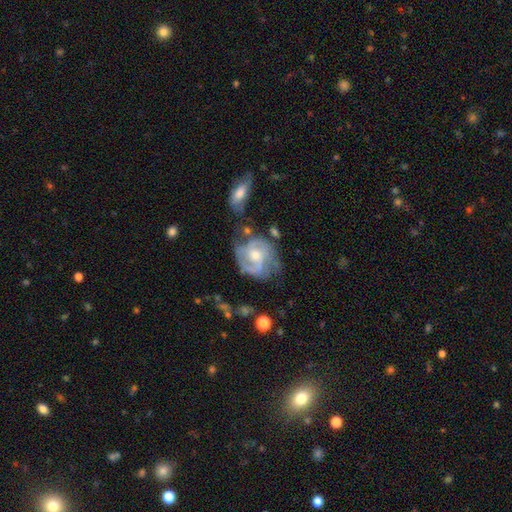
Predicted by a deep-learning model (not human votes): Smooth or featured? Predicted: featured or disk (p=0.79). Edge-on disk? Predicted: no (p=0.97). Bar? Predicted: no (p=0.58). Spiral arms? Predicted: yes (p=0.89). Spiral winding? Predicted: medium (p=0.44). Spiral arm count? Predicted: 2 (p=0.63). Bulge size? Predicted: moderate (p=0.64). Merging? Predicted: none (p=0.48).